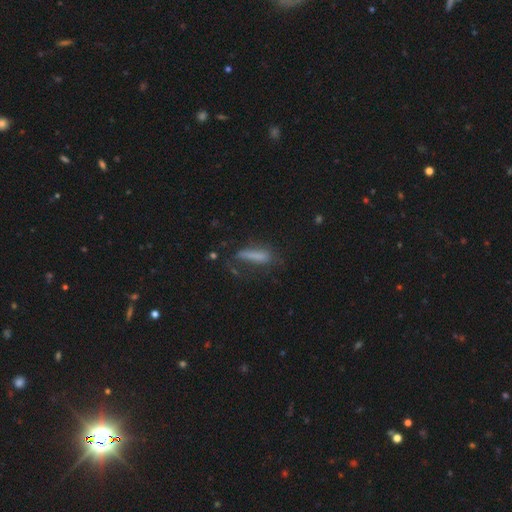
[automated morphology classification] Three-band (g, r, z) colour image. It shows a smooth galaxy with no disk features (66%) that is cigar-shaped (76%). Merging: none (50%).